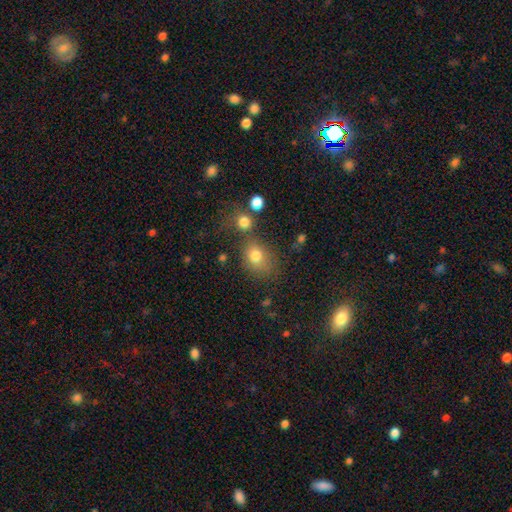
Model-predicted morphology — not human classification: smooth 76%, star or artifact 14%, featured or disk 10%. Down the decision tree: how rounded — round (50%); merging — none (52%).